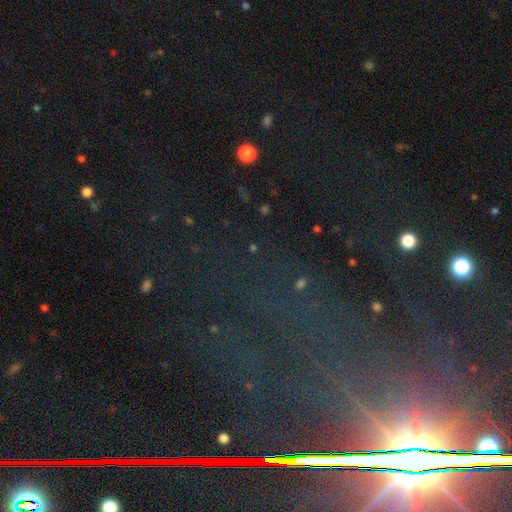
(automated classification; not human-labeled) Morphology: type=star or artifact (77%).